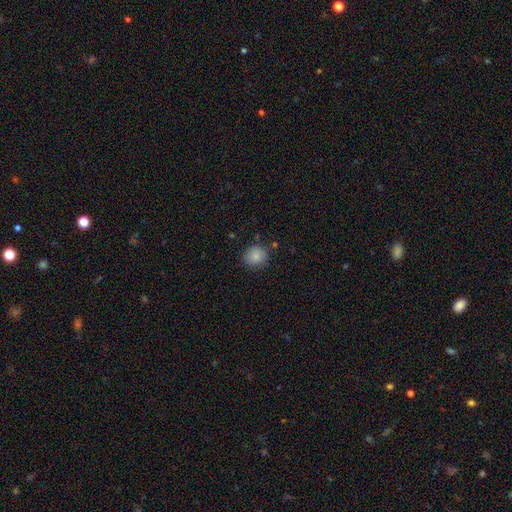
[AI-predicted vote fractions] Overall: smooth (85%). How rounded: round (82%). Merging: none (82%).